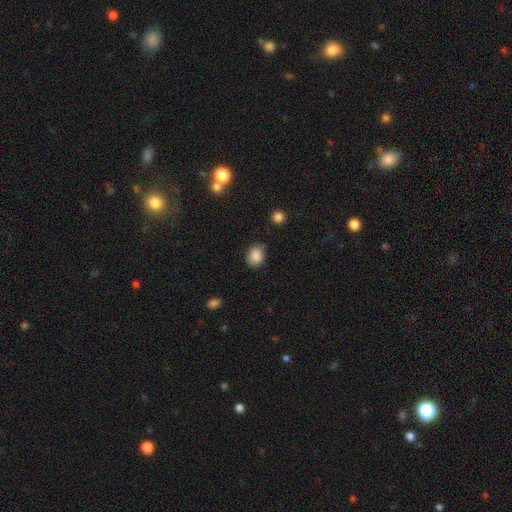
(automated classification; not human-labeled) smooth_or_featured: smooth (p=0.87) [alt: star or artifact p=0.09]
how_rounded: in between (p=0.58) [alt: round p=0.42]
merging: none (p=0.76) [alt: minor disturbance p=0.18]